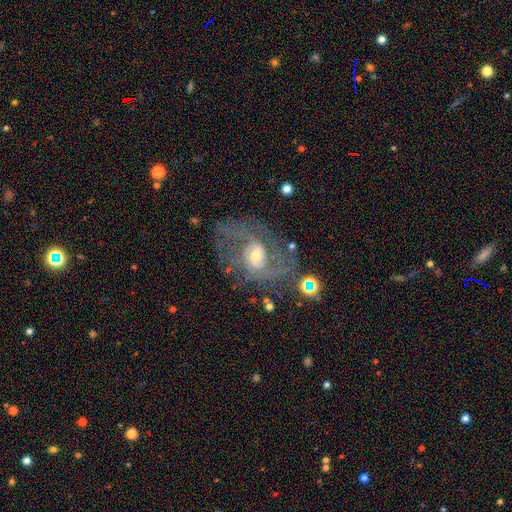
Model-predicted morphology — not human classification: A featured or disk galaxy (80%) with no bar (50%), 2 (58%) medium (47%) spiral arms (85%) and a small central bulge (46%, tied with moderate). Merging: none (50%).